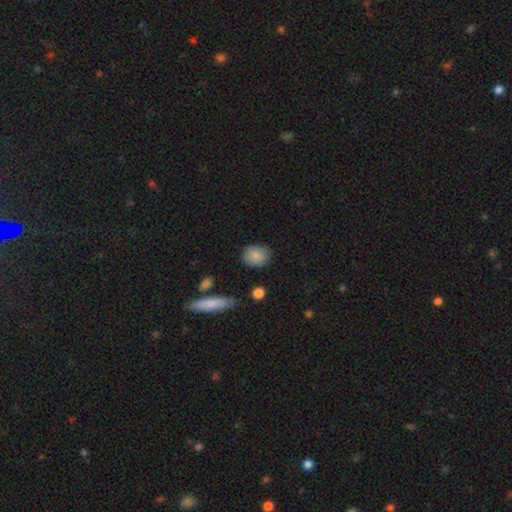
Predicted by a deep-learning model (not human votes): This is clearly a smooth galaxy (87%). How rounded: possibly round (51%). Merging: clearly none (83%).